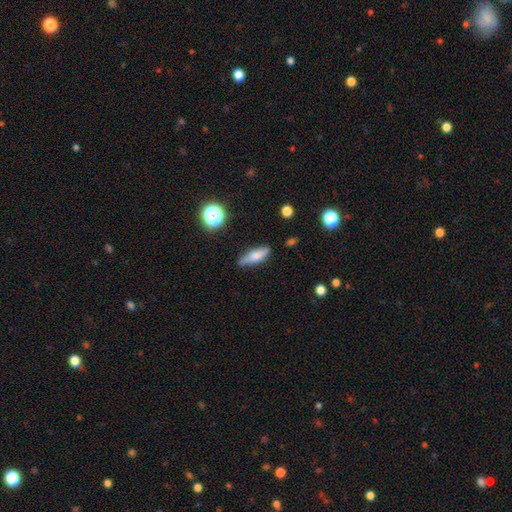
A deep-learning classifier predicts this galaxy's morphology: type=smooth (68%); roundness=cigar-shaped (49%); merging=none (77%).